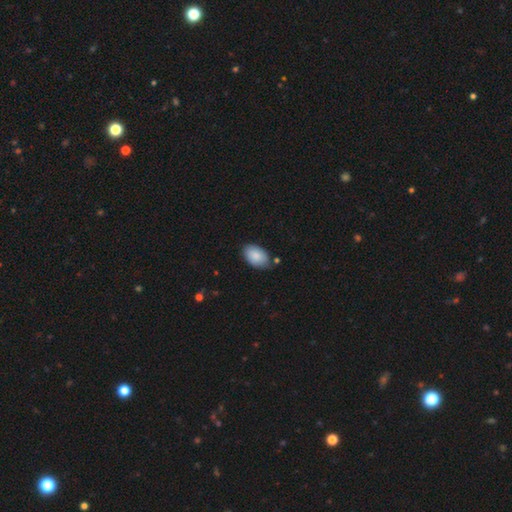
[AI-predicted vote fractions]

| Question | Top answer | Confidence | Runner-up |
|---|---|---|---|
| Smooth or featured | smooth | 86% | featured or disk (7%) |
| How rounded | in between | 93% | round (6%) |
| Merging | none | 75% | minor disturbance (19%) |